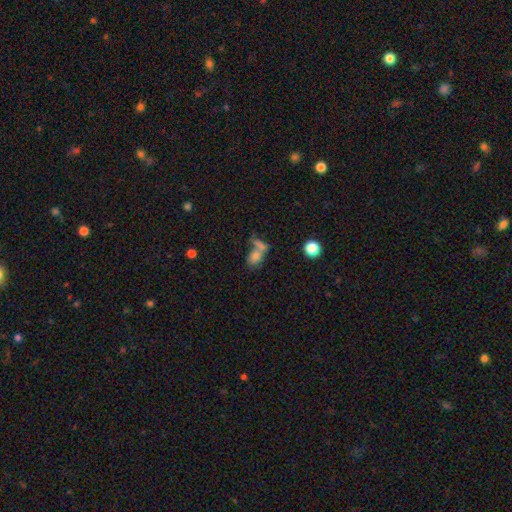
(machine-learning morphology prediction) Smooth or featured?
  - smooth: 73% *
  - featured or disk: 14%
  - star or artifact: 13%
How rounded?
  - in between: 71% *
  - round: 24%
  - cigar-shaped: 5%
Merging?
  - merger: 52% *
  - none: 32%
  - minor disturbance: 9%
  - major disturbance: 8%